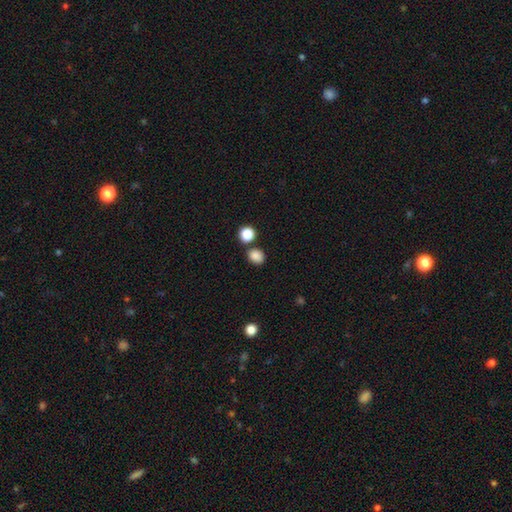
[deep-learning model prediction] smooth-or-featured: smooth: 85% | star or artifact: 11% | featured or disk: 4%
  how-rounded: round: 54% | in between: 45% | cigar-shaped: 1%
  merging: none: 75% | minor disturbance: 11% | merger: 11% | major disturbance: 3%